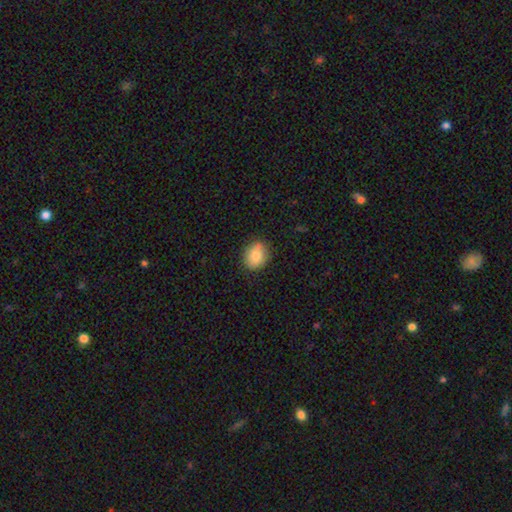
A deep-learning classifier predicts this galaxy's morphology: smooth_or_featured: smooth (p=0.82) [alt: featured or disk p=0.11]
how_rounded: round (p=0.51) [alt: in between p=0.48]
merging: none (p=0.79) [alt: minor disturbance p=0.17]